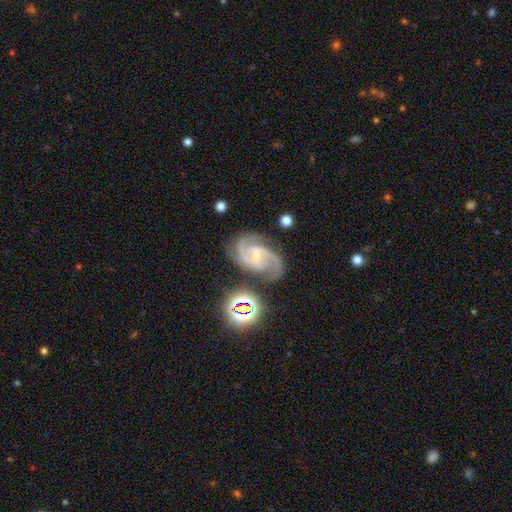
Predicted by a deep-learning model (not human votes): This is clearly a featured or disk galaxy (90%). It is clearly not viewed edge-on (98%). Bar: possibly weak (53%). Spiral arm pattern: clearly yes (99%). Spiral arm count: likely 2 (77%). Spiral winding: likely medium (61%). Central bulge: likely small (71%). Merging: likely none (74%).